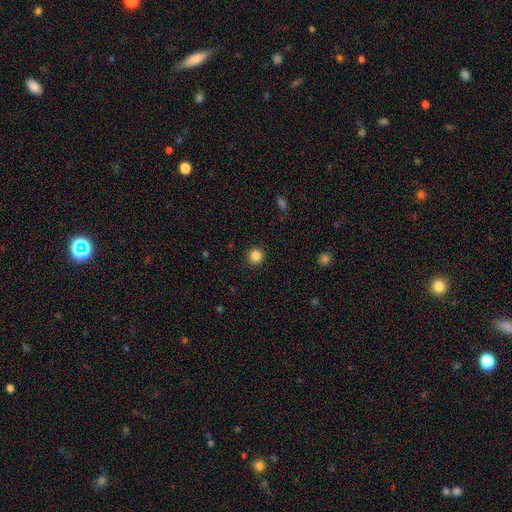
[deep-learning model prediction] A smooth galaxy with no disk features (86%) that is round (93%). Merging: none (91%).